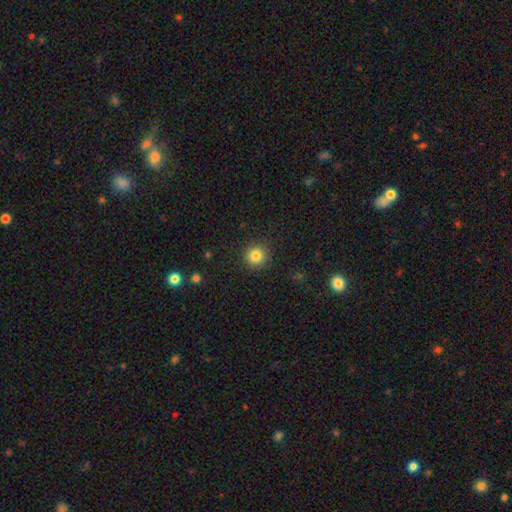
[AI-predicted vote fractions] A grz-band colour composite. It shows a smooth galaxy with no disk features (84%) that is round (94%). Merging: none (91%).